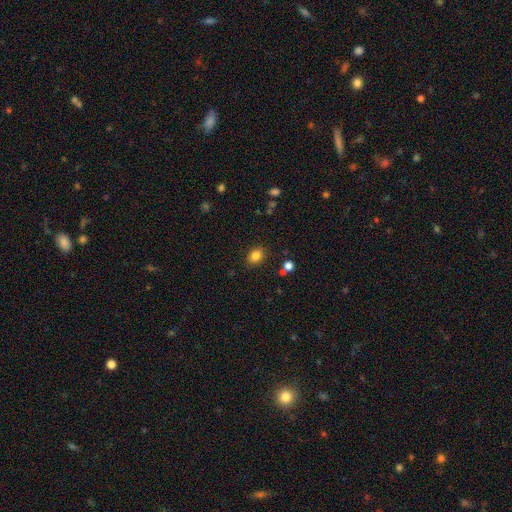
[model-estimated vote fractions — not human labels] Smooth or featured: smooth — 84% (star or artifact — 11%)
How rounded: in between — 58% (round — 41%)
Merging: none — 85% (minor disturbance — 10%)